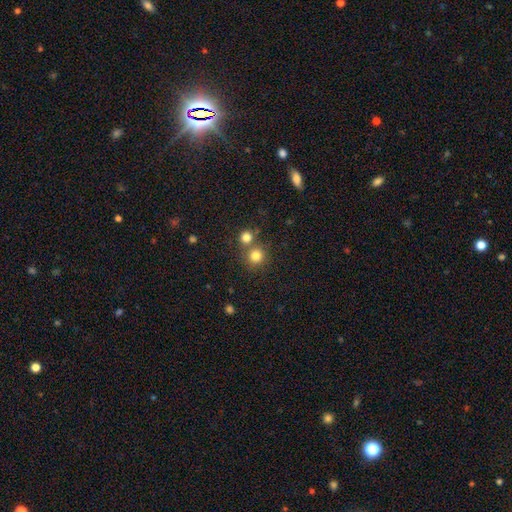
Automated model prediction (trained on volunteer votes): Overall: smooth (80%). How rounded: round (92%). Merging: none (65%; merger 25%).